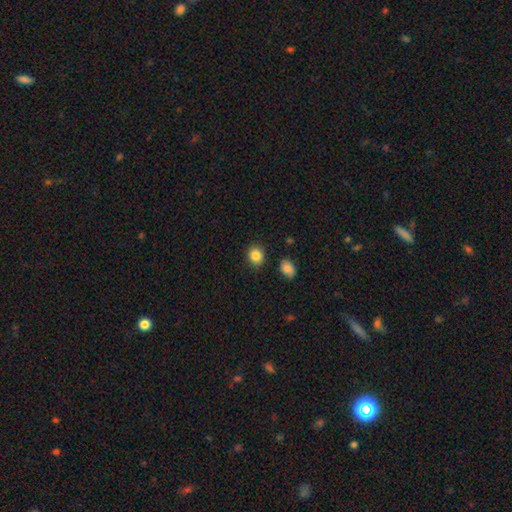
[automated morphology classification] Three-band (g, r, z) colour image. It shows a smooth galaxy with no disk features (86%) that is round (72%). Merging: none (86%).